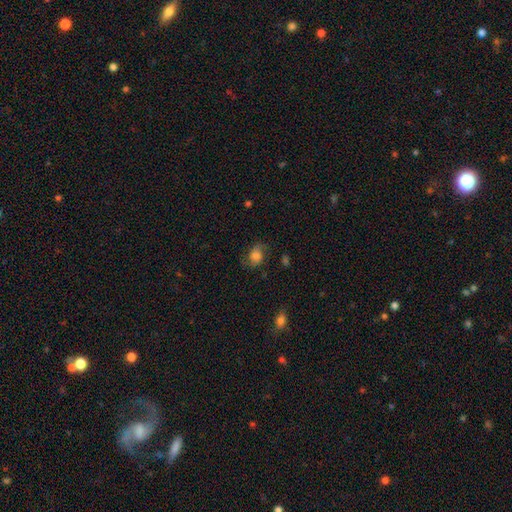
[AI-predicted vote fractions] This is possibly a smooth galaxy (55%). How rounded: likely in between (61%). Merging: likely none (61%).